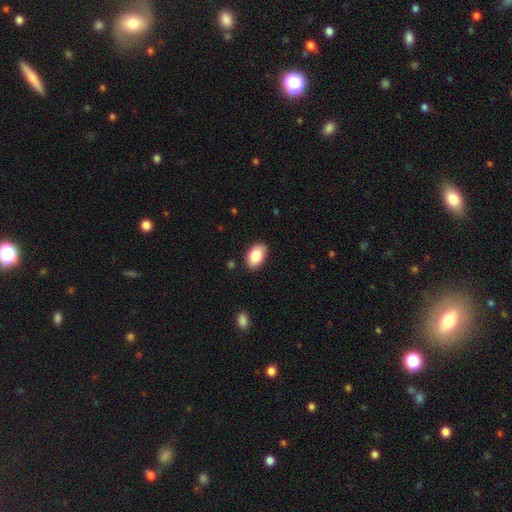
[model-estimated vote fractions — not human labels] Smooth or featured? Predicted: smooth (p=0.87). How rounded? Predicted: in between (p=0.93). Merging? Predicted: none (p=0.87).